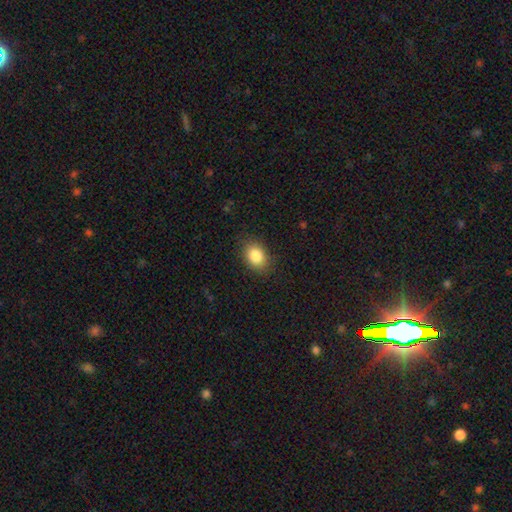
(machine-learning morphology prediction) A smooth galaxy with no disk features (84%) that is in between round and cigar-shaped (67%). Merging: none (85%).